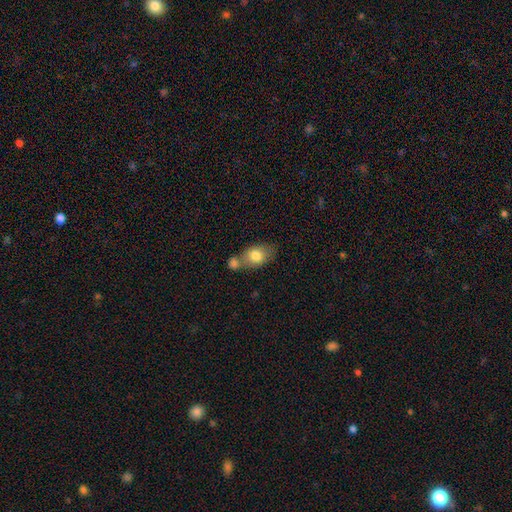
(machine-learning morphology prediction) Smooth or featured? Predicted: smooth (p=0.78). How rounded? Predicted: in between (p=0.76). Merging? Predicted: merger (p=0.42).